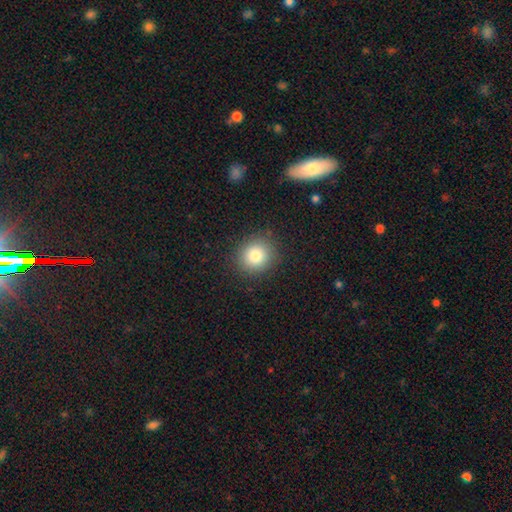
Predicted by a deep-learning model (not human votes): smooth 82%, star or artifact 11%, featured or disk 7%. Down the decision tree: how rounded — round (84%); merging — none (89%).